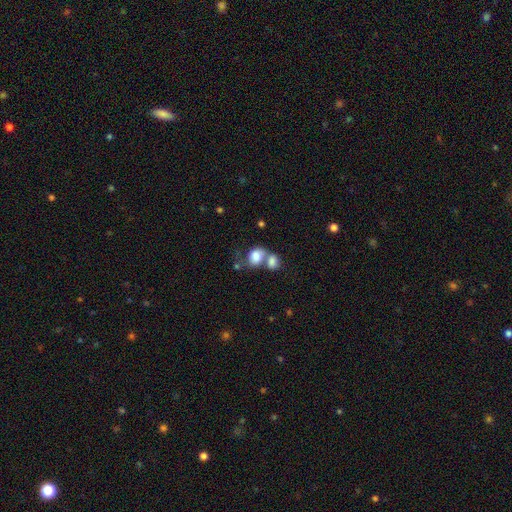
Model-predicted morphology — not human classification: A smooth galaxy with no disk features (77%) that is in between round and cigar-shaped (52%).

Vote fractions:
- Smooth or featured? smooth: 77% / featured or disk: 15% / star or artifact: 9%
- How rounded? in between: 52% / round: 47% / cigar-shaped: 1%
- Merging? merger: 64% / none: 20% / minor disturbance: 9% / major disturbance: 7%